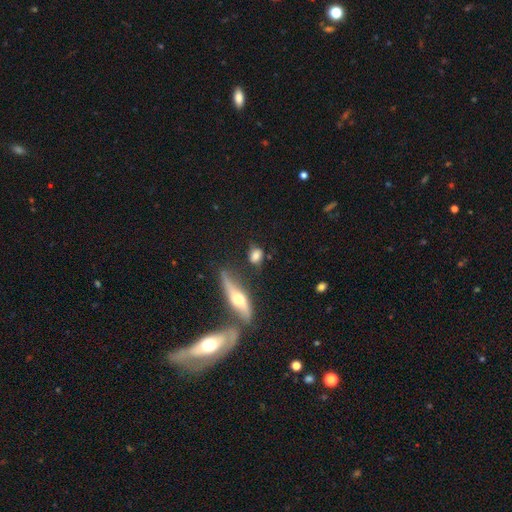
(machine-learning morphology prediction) This appears to be a smooth galaxy with no disk features (69%) that is in between round and cigar-shaped (56%). Merging: none (60%).